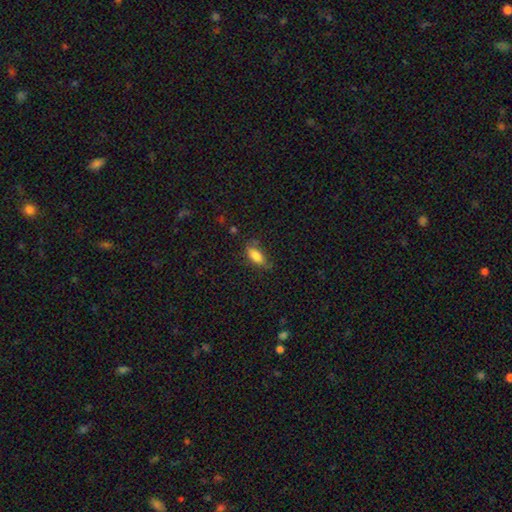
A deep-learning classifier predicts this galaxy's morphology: type=smooth (82%); roundness=in between (83%); merging=none (66%).